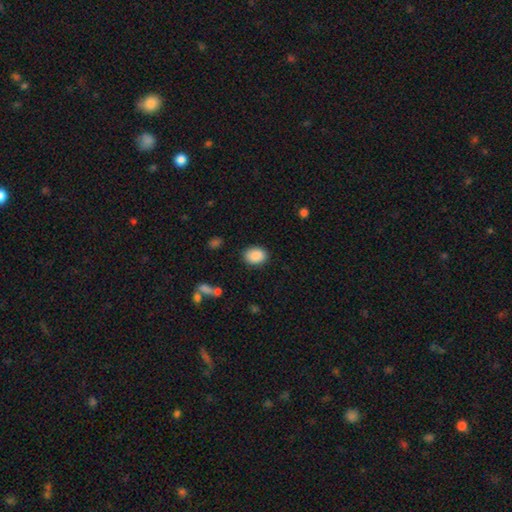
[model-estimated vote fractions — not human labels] Morphology: type=smooth (89%); roundness=in between (67%); merging=none (86%).